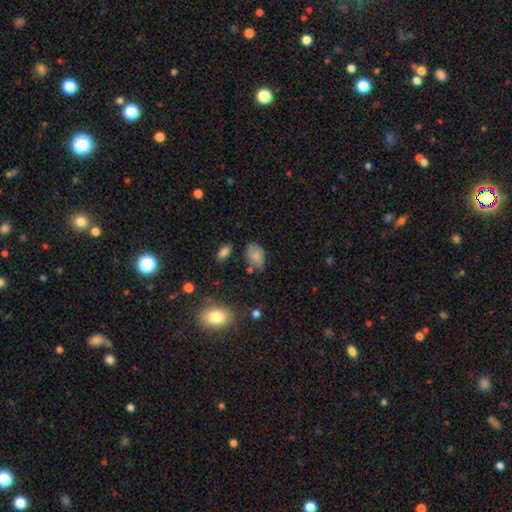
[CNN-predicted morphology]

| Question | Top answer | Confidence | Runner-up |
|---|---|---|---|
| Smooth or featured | smooth | 70% | featured or disk (20%) |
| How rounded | in between | 85% | round (13%) |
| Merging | none | 54% | minor disturbance (31%) |